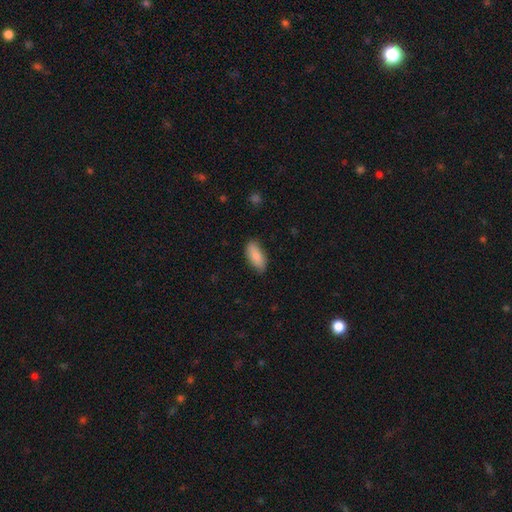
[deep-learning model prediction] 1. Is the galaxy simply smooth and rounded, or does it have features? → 87% smooth, 8% featured or disk, 6% star or artifact.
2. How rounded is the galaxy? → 83% in between, 15% cigar-shaped, 2% round.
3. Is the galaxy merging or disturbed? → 81% none, 15% minor disturbance, 3% major disturbance, 1% merger.